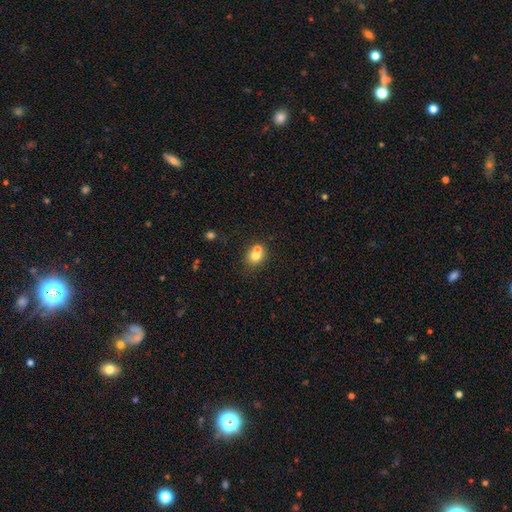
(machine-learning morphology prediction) Smooth or featured?
  - smooth: 72% *
  - featured or disk: 16%
  - star or artifact: 12%
How rounded?
  - round: 74% *
  - in between: 25%
  - cigar-shaped: 1%
Merging?
  - merger: 52% *
  - none: 38%
  - minor disturbance: 7%
  - major disturbance: 3%